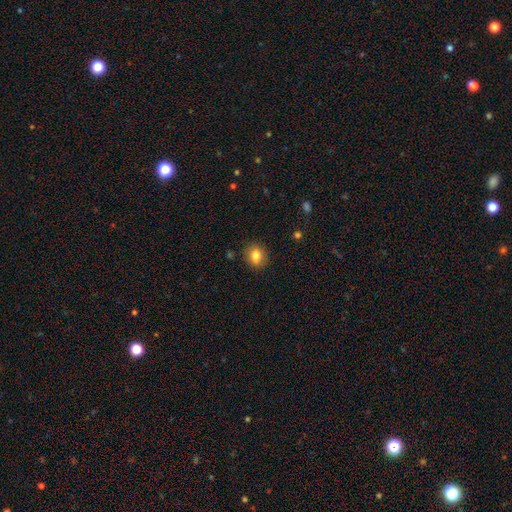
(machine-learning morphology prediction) A smooth galaxy with no disk features (82%) that is round (66%).

Vote fractions:
- Smooth or featured? smooth: 82% / star or artifact: 10% / featured or disk: 9%
- How rounded? round: 66% / in between: 33% / cigar-shaped: 1%
- Merging? none: 87% / minor disturbance: 9% / major disturbance: 2% / merger: 1%